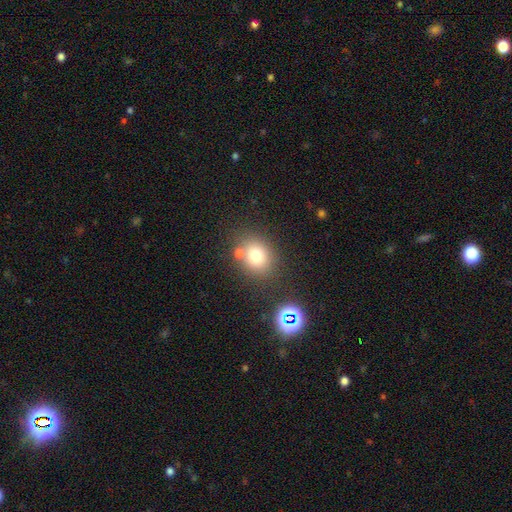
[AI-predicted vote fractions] The model was most divided on "how rounded": round: 66%, in between: 33%, cigar-shaped: 1%. More confident: smooth or featured — smooth (73%); merging — none (70%).